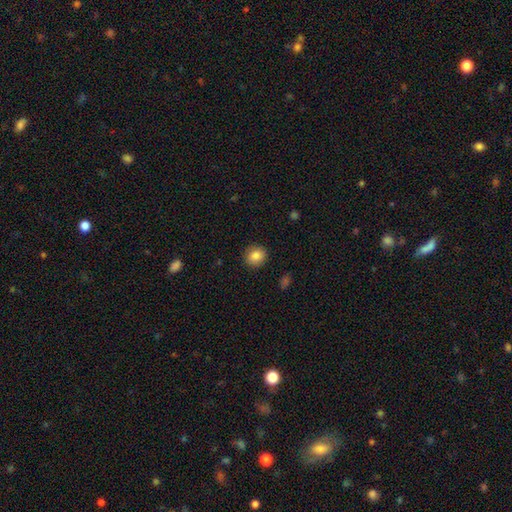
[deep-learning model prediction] Q: Smooth or featured?
A: smooth (85%); runner-up: star or artifact (9%)
Q: How rounded?
A: round (83%); runner-up: in between (16%)
Q: Merging?
A: none (90%); runner-up: minor disturbance (7%)